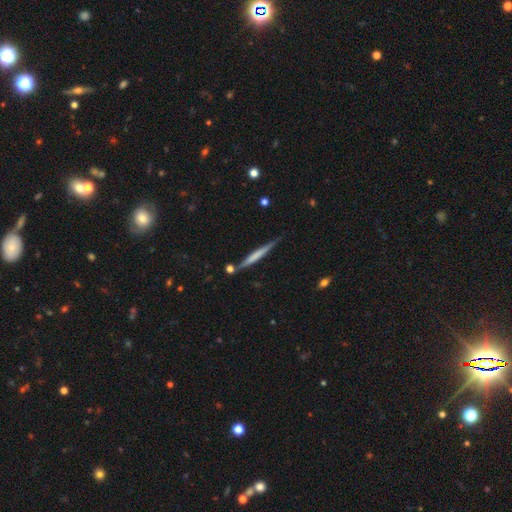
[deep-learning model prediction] featured or disk 48%, smooth 46%, star or artifact 5%. Down the decision tree: merging — none (78%).